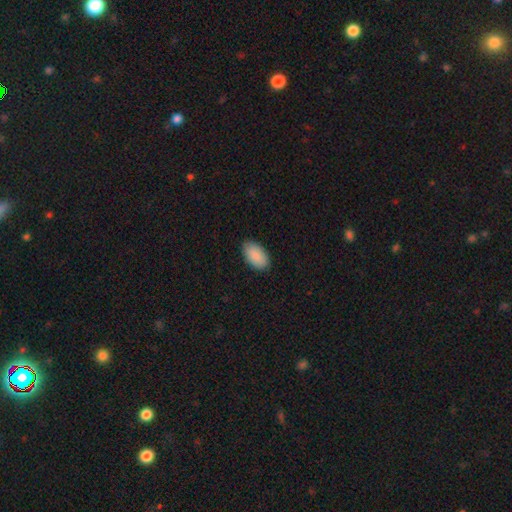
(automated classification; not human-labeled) Q: Smooth or featured?
A: smooth (90%); runner-up: star or artifact (6%)
Q: How rounded?
A: in between (95%); runner-up: round (3%)
Q: Merging?
A: none (88%); runner-up: minor disturbance (9%)